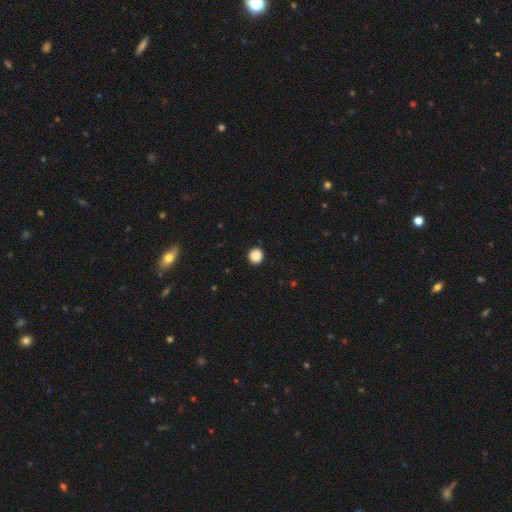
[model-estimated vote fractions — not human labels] This is clearly a smooth galaxy (88%). How rounded: clearly round (87%). Merging: clearly none (91%).